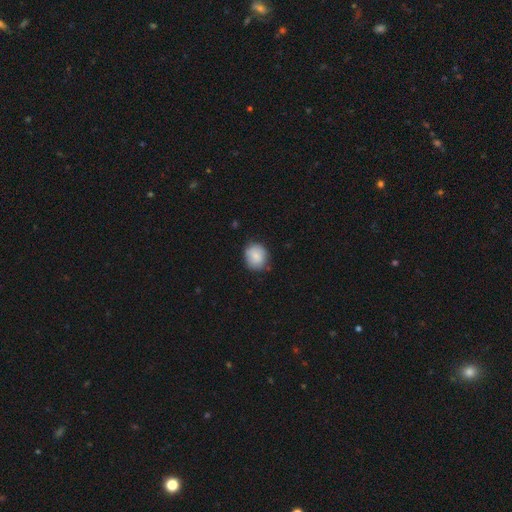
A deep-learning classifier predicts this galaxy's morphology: A smooth galaxy with no disk features (82%) that is round (70%).

Vote fractions:
- Smooth or featured? smooth: 82% / featured or disk: 10% / star or artifact: 7%
- How rounded? round: 70% / in between: 29% / cigar-shaped: 1%
- Merging? none: 77% / minor disturbance: 18% / major disturbance: 4% / merger: 1%